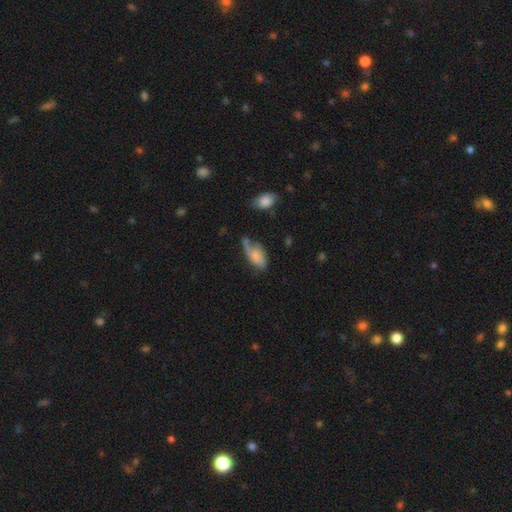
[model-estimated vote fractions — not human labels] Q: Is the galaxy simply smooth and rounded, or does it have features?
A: smooth — 69%.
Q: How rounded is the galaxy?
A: in between — 89%.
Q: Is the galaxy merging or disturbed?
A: none — 34%.